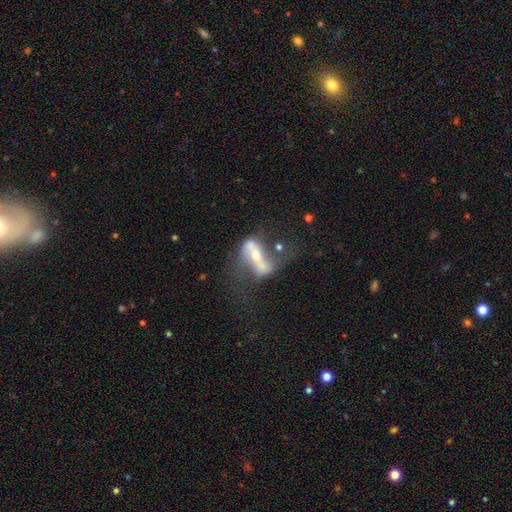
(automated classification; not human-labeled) Smooth or featured?
  - featured or disk: 69% *
  - smooth: 23%
  - star or artifact: 8%
Edge-on disk?
  - no: 84% *
  - yes: 16%
Bar?
  - strong: 47% *
  - no: 31%
  - weak: 21%
Spiral arms?
  - yes: 63% *
  - no: 37%
Bulge size?
  - moderate: 49% *
  - small: 39%
  - large: 6%
  - none: 4%
  - dominant: 2%
Merging?
  - major disturbance: 33% *
  - none: 31%
  - minor disturbance: 18%
  - merger: 18%